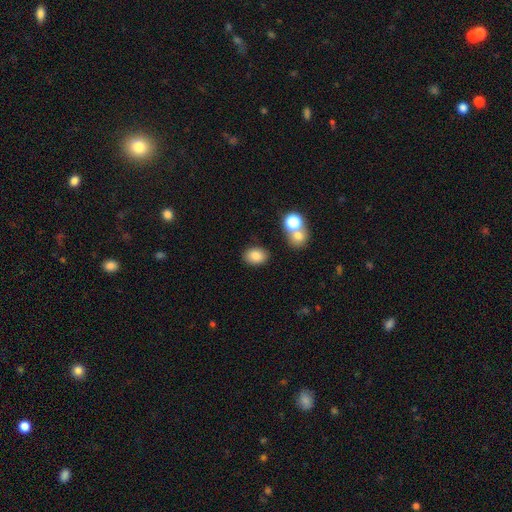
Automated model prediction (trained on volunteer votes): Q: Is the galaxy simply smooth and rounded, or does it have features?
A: smooth — 82%.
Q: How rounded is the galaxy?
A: in between — 71%.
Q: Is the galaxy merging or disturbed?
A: none — 82%.